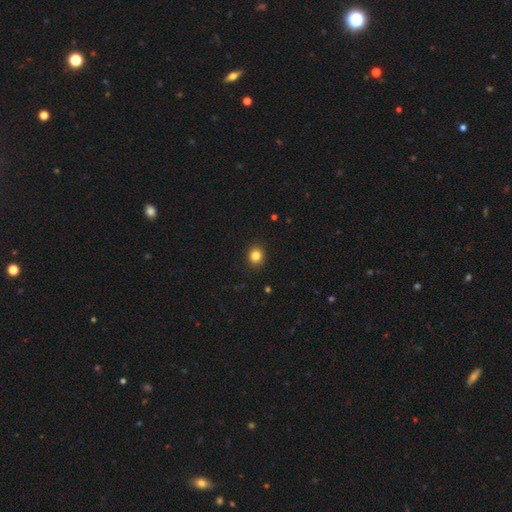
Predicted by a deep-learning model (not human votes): A smooth galaxy with no disk features (84%) that is round (86%).

Vote fractions:
- Smooth or featured? smooth: 84% / star or artifact: 12% / featured or disk: 4%
- How rounded? round: 86% / in between: 13% / cigar-shaped: 1%
- Merging? none: 92% / minor disturbance: 6% / major disturbance: 2% / merger: 1%